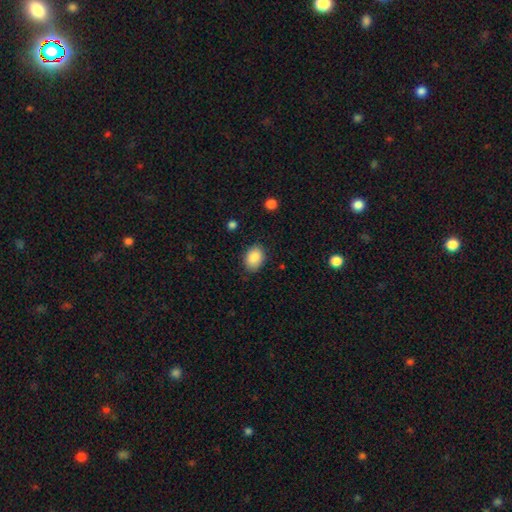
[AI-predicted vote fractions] smooth 89%, star or artifact 7%, featured or disk 4%. Down the decision tree: how rounded — in between (79%); merging — none (84%).